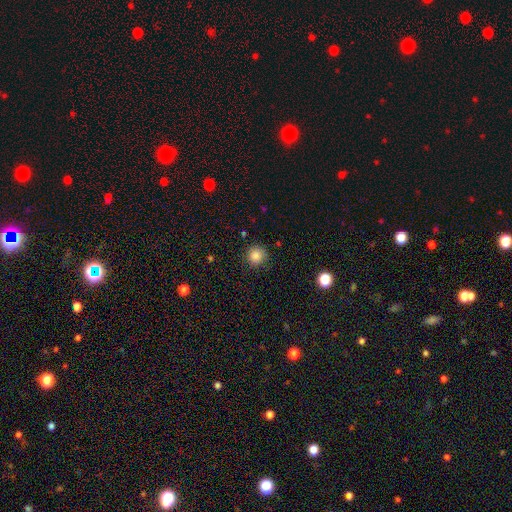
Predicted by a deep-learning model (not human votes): smooth 85%, star or artifact 11%, featured or disk 4%. Down the decision tree: how rounded — round (93%); merging — none (86%).